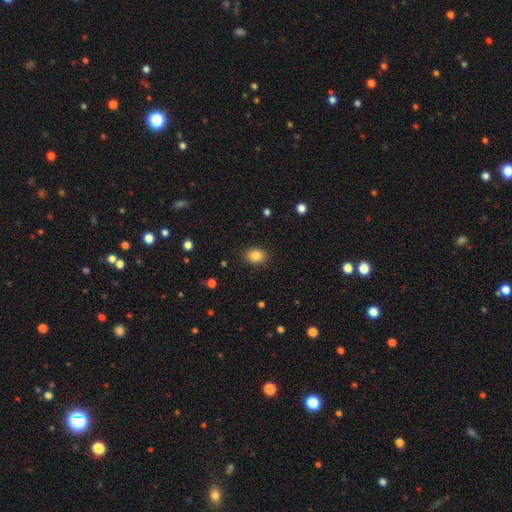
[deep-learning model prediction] Q: Smooth or featured?
A: smooth (85%); runner-up: star or artifact (9%)
Q: How rounded?
A: in between (65%); runner-up: round (34%)
Q: Merging?
A: none (89%); runner-up: minor disturbance (8%)